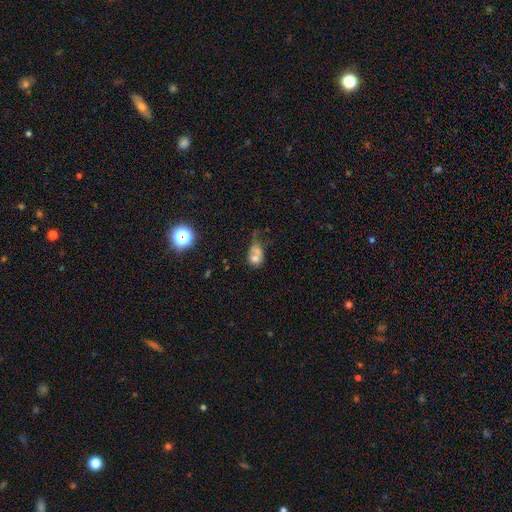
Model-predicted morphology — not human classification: Overall: smooth (62%; featured or disk 23%). How rounded: round (52%; in between 46%). Merging: merger (52%; none 21%).